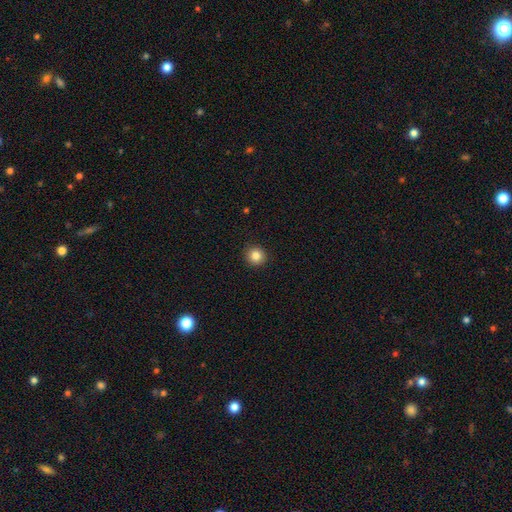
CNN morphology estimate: Q: Smooth or featured?
A: smooth (84%); runner-up: star or artifact (11%)
Q: How rounded?
A: round (93%); runner-up: in between (6%)
Q: Merging?
A: none (93%); runner-up: minor disturbance (5%)